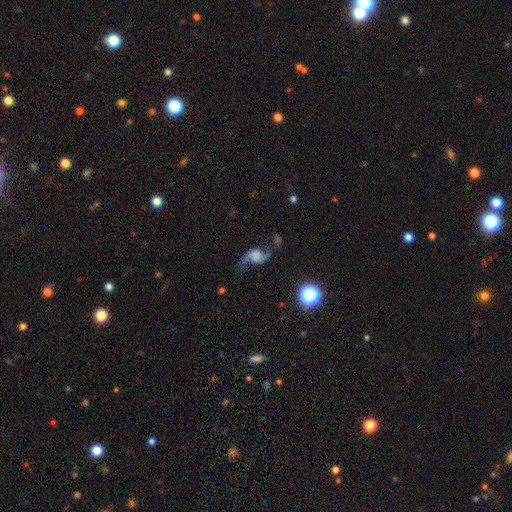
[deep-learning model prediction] Morphology: type=featured or disk (77%); edge-on=no (96%); bar=no (63%); spiral arms=yes (95%); winding=loose (89%); arm count=2 (93%); bulge=none (40%); merging=none (65%).